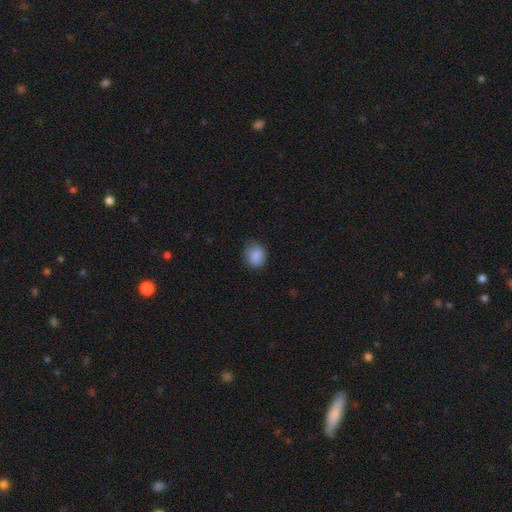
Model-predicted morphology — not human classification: Q: Smooth or featured?
A: smooth (85%); runner-up: star or artifact (8%)
Q: How rounded?
A: round (60%); runner-up: in between (39%)
Q: Merging?
A: none (70%); runner-up: minor disturbance (24%)